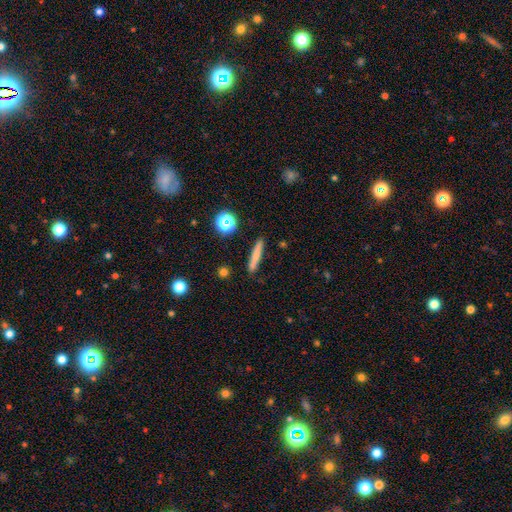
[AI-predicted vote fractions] A smooth galaxy with no disk features (72%) that is cigar-shaped (92%). Merging: none (87%).